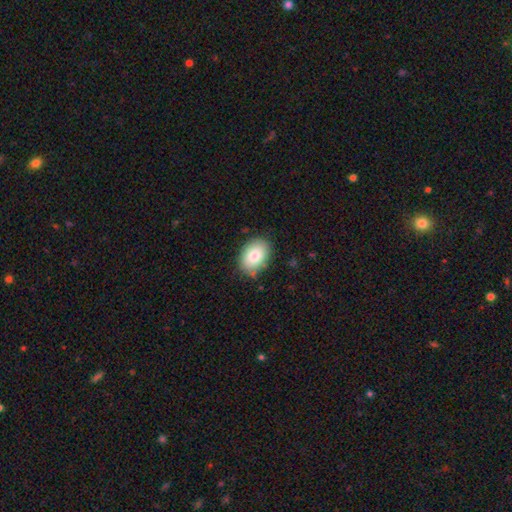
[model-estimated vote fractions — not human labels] Smooth or featured? smooth (83%)
How rounded? in between (81%)
Merging? none (83%)